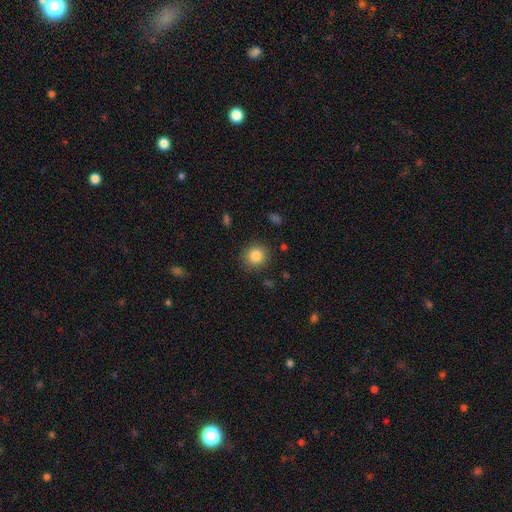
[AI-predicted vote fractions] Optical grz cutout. It shows a smooth galaxy with no disk features (84%) that is round (90%). Merging: none (88%).